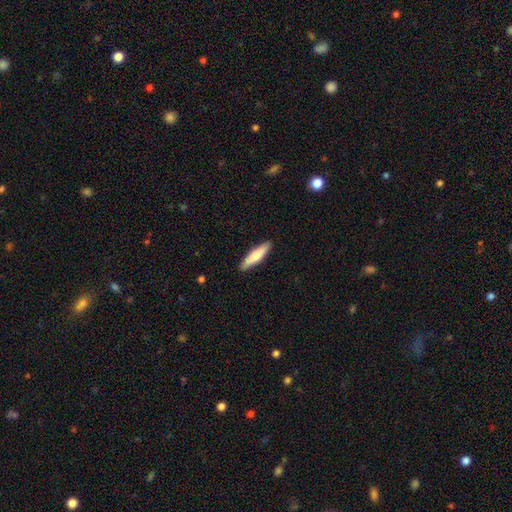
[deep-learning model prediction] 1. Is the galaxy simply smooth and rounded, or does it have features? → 69% smooth, 26% featured or disk, 5% star or artifact.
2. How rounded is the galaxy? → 82% cigar-shaped, 17% in between, 1% round.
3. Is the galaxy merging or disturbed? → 90% none, 8% minor disturbance, 1% major disturbance, 1% merger.